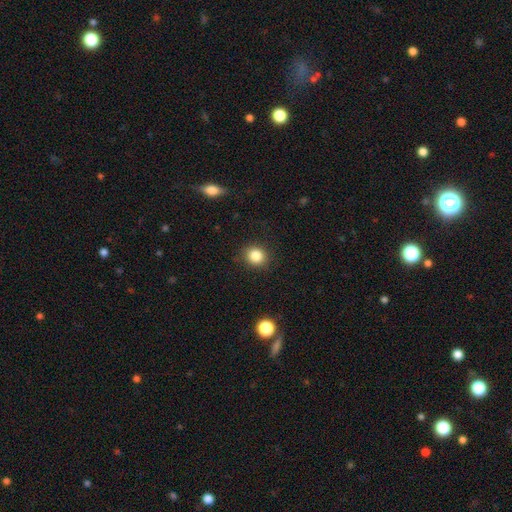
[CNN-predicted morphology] smooth-or-featured: smooth: 85% | star or artifact: 11% | featured or disk: 5%
  how-rounded: round: 79% | in between: 20% | cigar-shaped: 1%
  merging: none: 88% | minor disturbance: 9% | major disturbance: 3% | merger: 1%